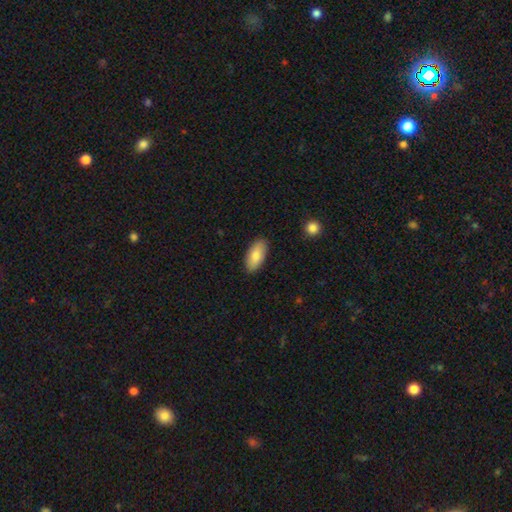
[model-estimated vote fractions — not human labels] smooth 82%, featured or disk 12%, star or artifact 6%. Down the decision tree: how rounded — in between (91%); merging — none (87%).